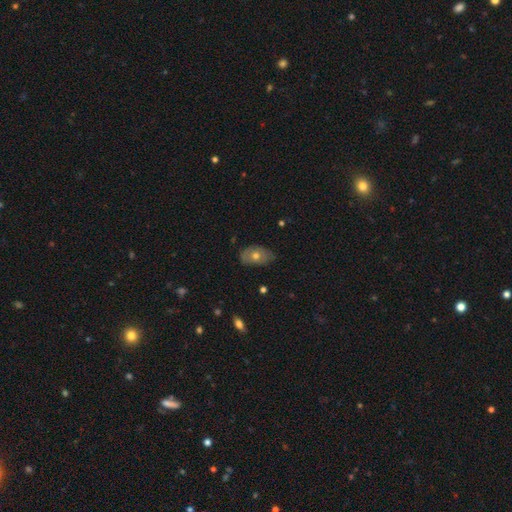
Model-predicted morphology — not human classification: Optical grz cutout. It shows a smooth galaxy with no disk features (58%) that is in between round and cigar-shaped (87%). Merging: none (71%).